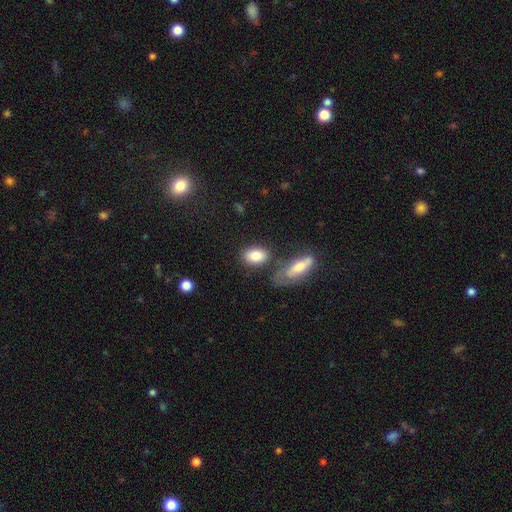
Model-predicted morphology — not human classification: smooth_or_featured: smooth (p=0.83) [alt: featured or disk p=0.10]
how_rounded: in between (p=0.86) [alt: round p=0.10]
merging: none (p=0.67) [alt: minor disturbance p=0.14]